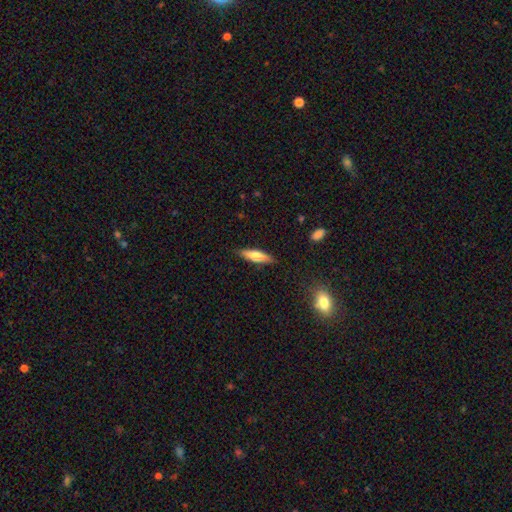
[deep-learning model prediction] Smooth or featured? smooth (64%)
How rounded? cigar-shaped (66%)
Merging? none (86%)